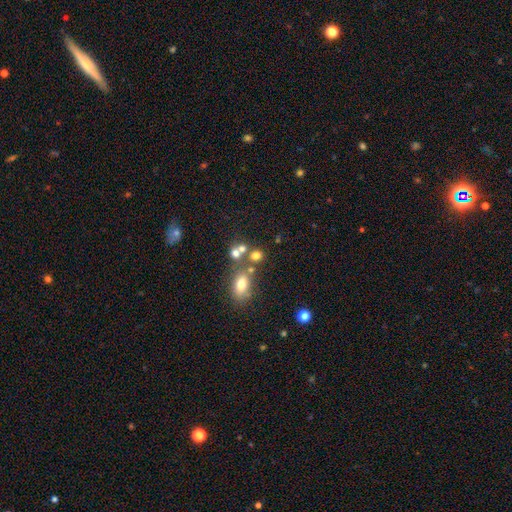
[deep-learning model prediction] Smooth or featured? Predicted: smooth (p=0.69). How rounded? Predicted: round (p=0.62). Merging? Predicted: none (p=0.52).